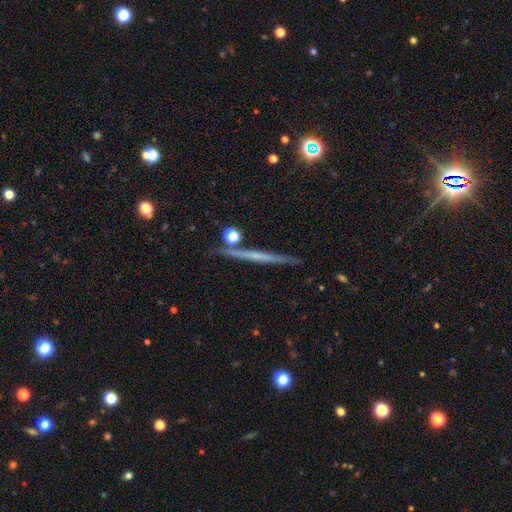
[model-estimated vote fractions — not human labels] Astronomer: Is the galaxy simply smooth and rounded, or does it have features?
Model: featured or disk — 59%.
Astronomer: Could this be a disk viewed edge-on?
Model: yes — 97%.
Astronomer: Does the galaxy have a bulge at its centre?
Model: none — 77%.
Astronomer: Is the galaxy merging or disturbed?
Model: none — 88%.